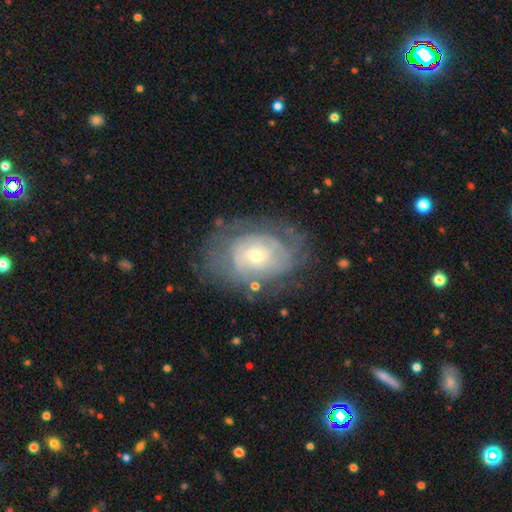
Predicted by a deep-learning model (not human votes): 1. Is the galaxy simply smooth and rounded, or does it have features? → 74% featured or disk, 19% smooth, 7% star or artifact.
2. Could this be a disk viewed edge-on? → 96% no, 4% yes.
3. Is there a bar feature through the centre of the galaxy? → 70% no, 25% weak, 5% strong.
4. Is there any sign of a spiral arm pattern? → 78% yes, 22% no.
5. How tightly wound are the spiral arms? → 66% tight, 25% medium, 9% loose.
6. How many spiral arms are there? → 58% can't tell, 17% 2, 9% 3, 6% 4, 5% 1, 4% more than 4.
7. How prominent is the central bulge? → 59% small, 36% moderate, 3% large, 1% none, 1% dominant.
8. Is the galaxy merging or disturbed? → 65% none, 21% minor disturbance, 12% major disturbance, 2% merger.